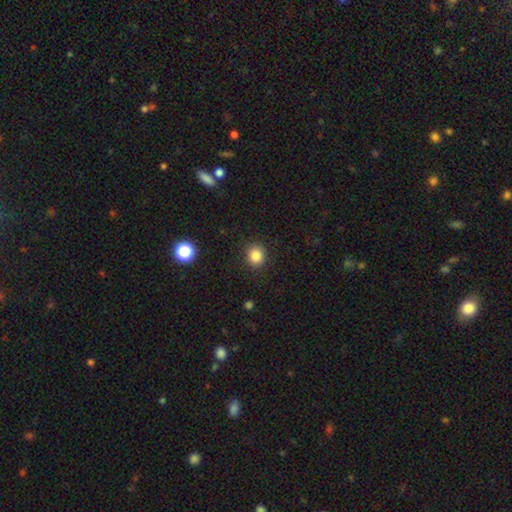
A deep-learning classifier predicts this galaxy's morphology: smooth 84%, star or artifact 11%, featured or disk 5%. Down the decision tree: how rounded — round (79%); merging — none (89%).